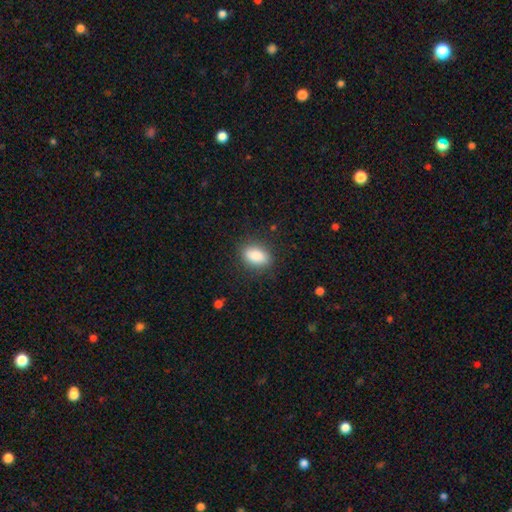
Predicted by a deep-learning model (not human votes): This is clearly a smooth galaxy (88%). How rounded: clearly in between (88%). Merging: clearly none (84%).